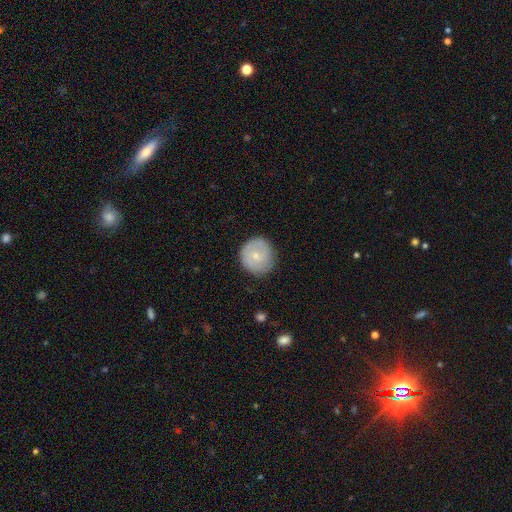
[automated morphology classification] Smooth or featured? Predicted: smooth (p=0.65). How rounded? Predicted: round (p=0.91). Merging? Predicted: none (p=0.84).